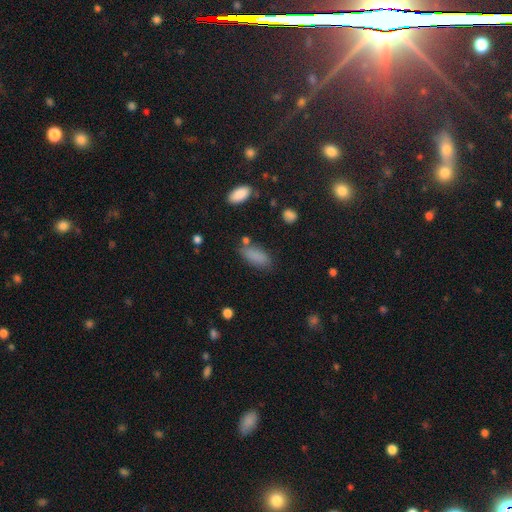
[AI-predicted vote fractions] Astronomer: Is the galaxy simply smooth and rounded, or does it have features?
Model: smooth — 86%.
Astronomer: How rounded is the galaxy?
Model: in between — 82%.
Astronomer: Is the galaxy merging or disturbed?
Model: none — 73%.